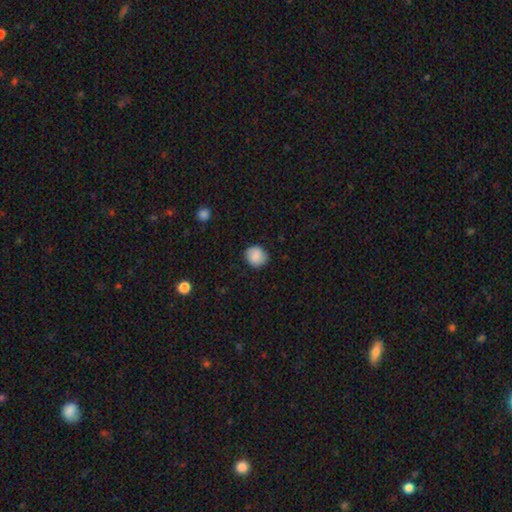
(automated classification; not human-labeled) smooth-or-featured: smooth: 86% | star or artifact: 8% | featured or disk: 7%
  how-rounded: round: 80% | in between: 19% | cigar-shaped: 1%
  merging: none: 85% | minor disturbance: 12% | major disturbance: 3% | merger: 1%